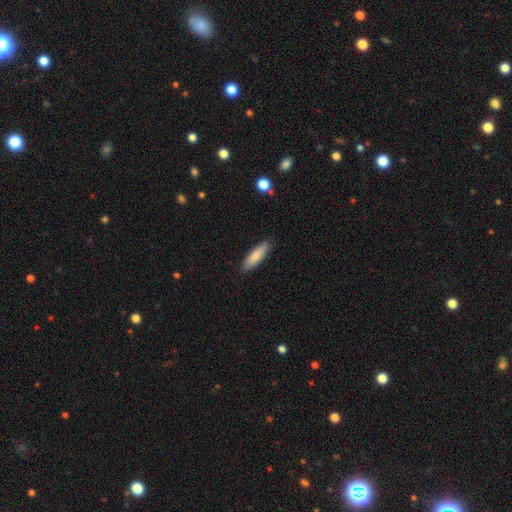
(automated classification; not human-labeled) A smooth galaxy with no disk features (84%) that is cigar-shaped (61%).

Vote fractions:
- Smooth or featured? smooth: 84% / featured or disk: 11% / star or artifact: 6%
- How rounded? cigar-shaped: 61% / in between: 37% / round: 1%
- Merging? none: 88% / minor disturbance: 9% / major disturbance: 2% / merger: 1%